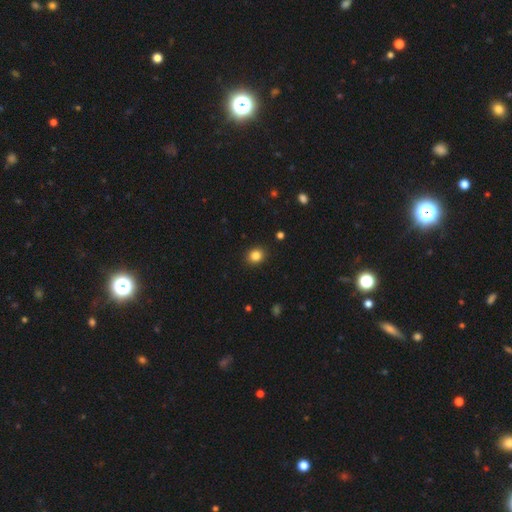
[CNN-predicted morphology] Smooth or featured?
  - smooth: 84% *
  - star or artifact: 11%
  - featured or disk: 5%
How rounded?
  - round: 72% *
  - in between: 27%
  - cigar-shaped: 1%
Merging?
  - none: 91% *
  - minor disturbance: 6%
  - major disturbance: 2%
  - merger: 1%